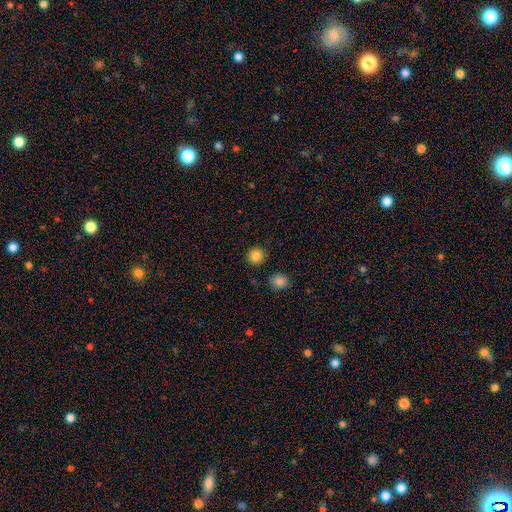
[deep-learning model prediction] A smooth galaxy with no disk features (85%) that is round (92%). Merging: none (90%).